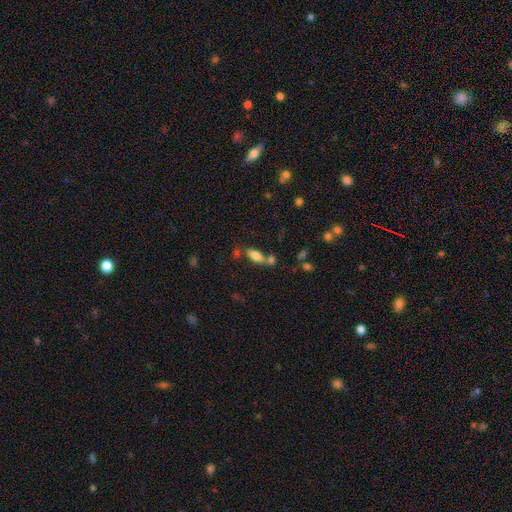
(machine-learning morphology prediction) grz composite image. It shows a smooth galaxy with no disk features (71%) that is in between round and cigar-shaped (74%). Merging: none (53%).